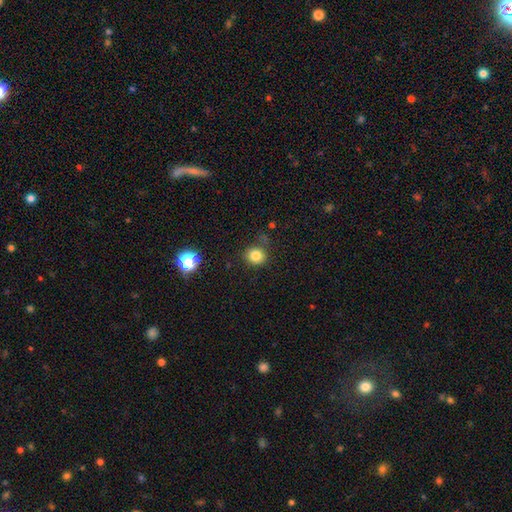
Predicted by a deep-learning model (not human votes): Smooth or featured? Predicted: smooth (p=0.81). How rounded? Predicted: round (p=0.84). Merging? Predicted: none (p=0.79).